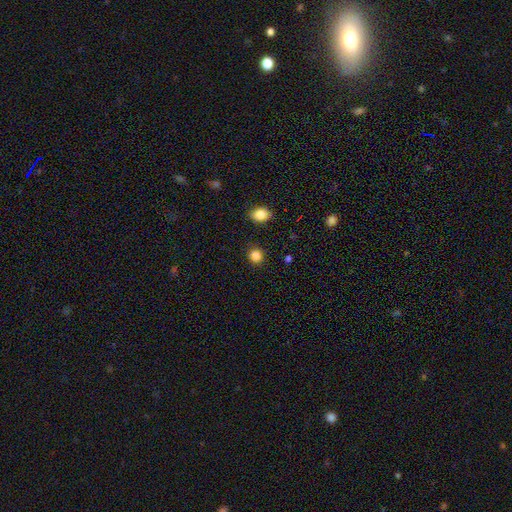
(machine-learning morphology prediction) Overall: smooth (85%). How rounded: round (88%). Merging: none (90%).